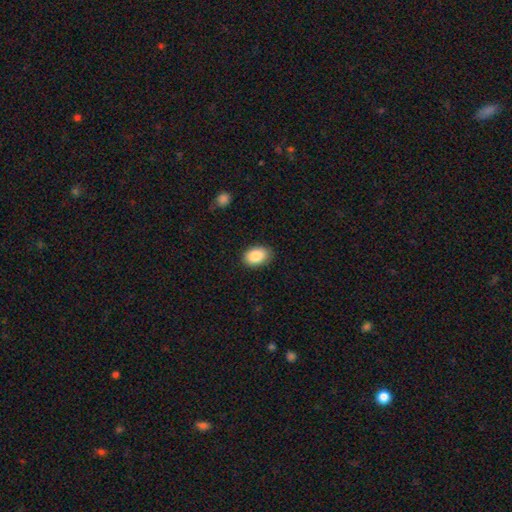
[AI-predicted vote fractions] Smooth or featured?
  - smooth: 88% *
  - star or artifact: 7%
  - featured or disk: 5%
How rounded?
  - in between: 84% *
  - round: 15%
  - cigar-shaped: 1%
Merging?
  - none: 86% *
  - minor disturbance: 11%
  - major disturbance: 2%
  - merger: 1%